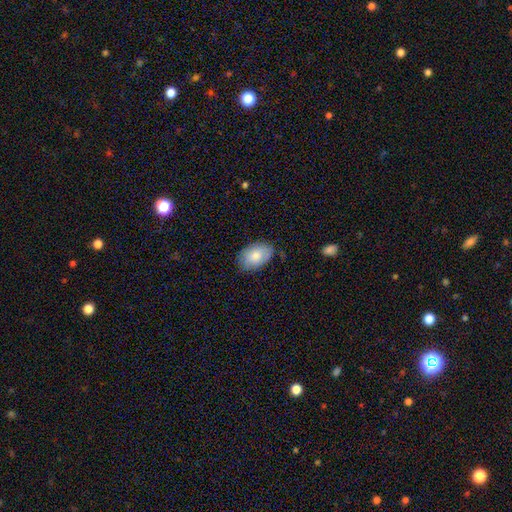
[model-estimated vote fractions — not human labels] smooth_or_featured: smooth (p=0.80) [alt: featured or disk p=0.13]
how_rounded: in between (p=0.90) [alt: round p=0.09]
merging: none (p=0.81) [alt: minor disturbance p=0.15]